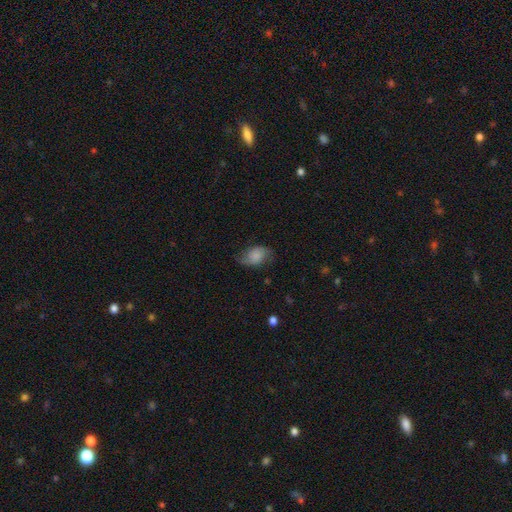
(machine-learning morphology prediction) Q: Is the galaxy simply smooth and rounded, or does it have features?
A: smooth — 60%.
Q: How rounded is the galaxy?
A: in between — 81%.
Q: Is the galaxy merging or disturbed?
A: none — 63%.